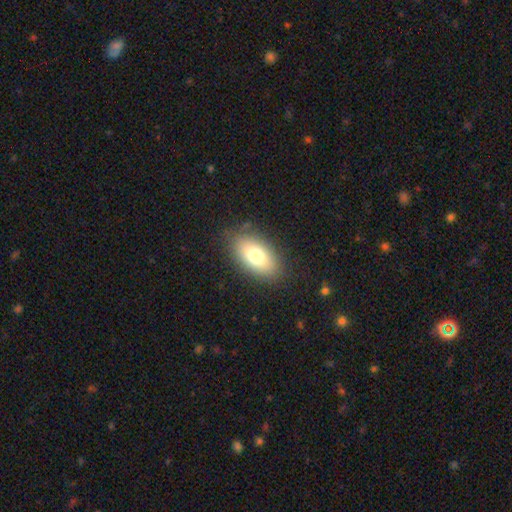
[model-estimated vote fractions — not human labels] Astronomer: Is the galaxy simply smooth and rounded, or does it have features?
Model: smooth — 74%.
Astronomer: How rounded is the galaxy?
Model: in between — 90%.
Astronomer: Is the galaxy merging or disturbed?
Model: none — 83%.